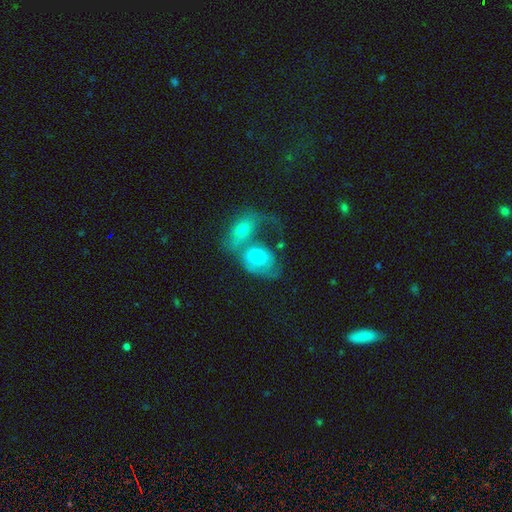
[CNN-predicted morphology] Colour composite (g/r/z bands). It shows a featured or disk galaxy (46%). Merging: merger (69%).